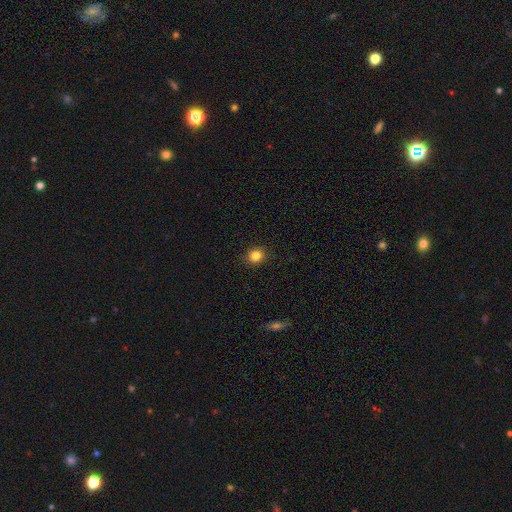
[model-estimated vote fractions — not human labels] smooth_or_featured: smooth (p=0.84) [alt: star or artifact p=0.12]
how_rounded: round (p=0.80) [alt: in between p=0.19]
merging: none (p=0.90) [alt: minor disturbance p=0.07]